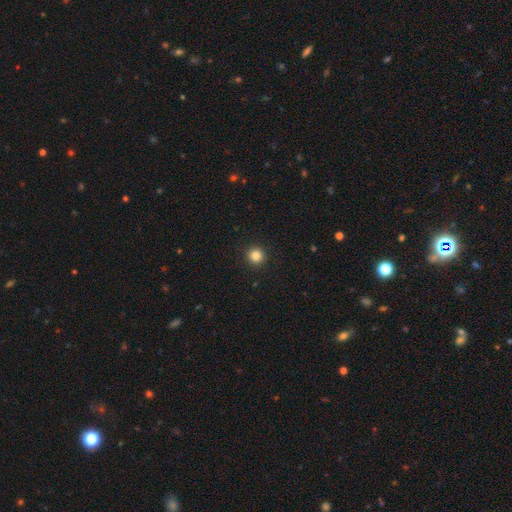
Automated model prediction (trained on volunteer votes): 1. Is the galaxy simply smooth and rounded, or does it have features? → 83% smooth, 12% star or artifact, 5% featured or disk.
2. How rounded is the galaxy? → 94% round, 5% in between, 1% cigar-shaped.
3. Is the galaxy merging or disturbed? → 93% none, 5% minor disturbance, 2% major disturbance, 1% merger.